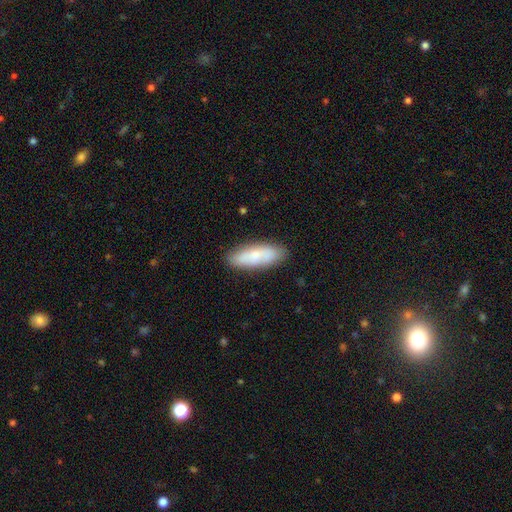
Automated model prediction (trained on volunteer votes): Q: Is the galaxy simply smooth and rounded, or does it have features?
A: smooth — 73%.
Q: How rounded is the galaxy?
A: in between — 62%.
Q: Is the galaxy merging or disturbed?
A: none — 84%.